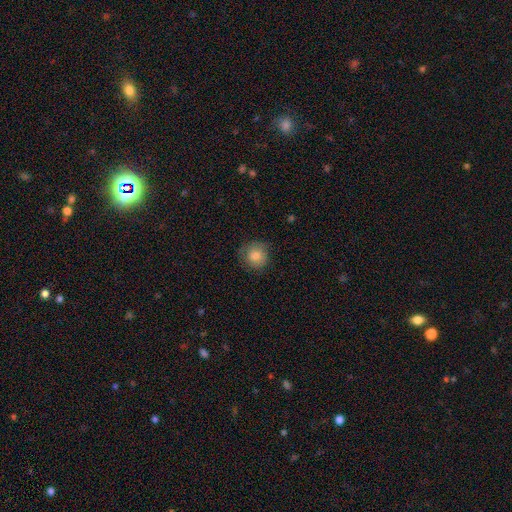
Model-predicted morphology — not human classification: Overall: smooth (81%). How rounded: round (90%). Merging: none (76%).